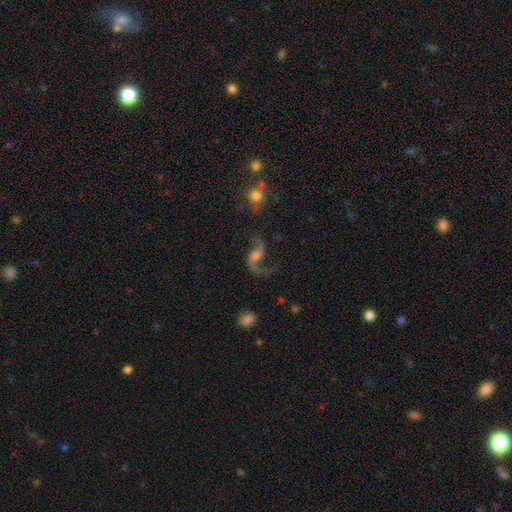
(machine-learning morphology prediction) A featured or disk galaxy (88%) with no bar (45%), 2 (91%) loose (87%) spiral arms (96%) and a moderate central bulge (42%).

Vote fractions:
- Smooth or featured? featured or disk: 88% / star or artifact: 6% / smooth: 6%
- Edge-on disk? no: 97% / yes: 3%
- Bar? no: 45% / weak: 40% / strong: 15%
- Spiral arms? yes: 96% / no: 4%
- Spiral winding? loose: 87% / medium: 11% / tight: 2%
- Spiral arm count? 2: 91% / 1: 5% / can't tell: 1% / 3: 1% / 4: 1% / more than 4: 1%
- Bulge size? moderate: 42% / small: 32% / none: 15% / large: 10% / dominant: 2%
- Merging? none: 65% / major disturbance: 16% / minor disturbance: 15% / merger: 4%